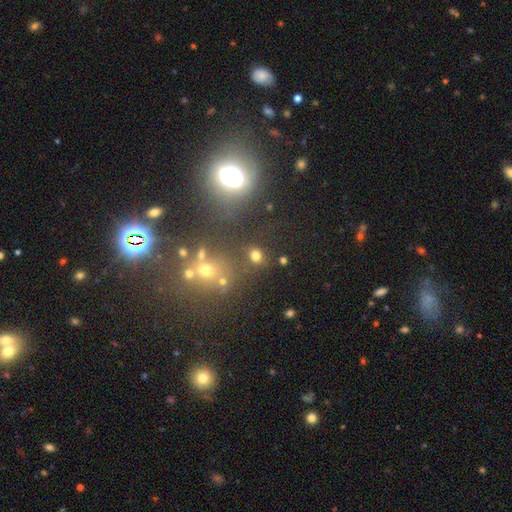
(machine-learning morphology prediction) This is likely a smooth galaxy (73%). How rounded: likely round (76%). Merging: likely none (79%).